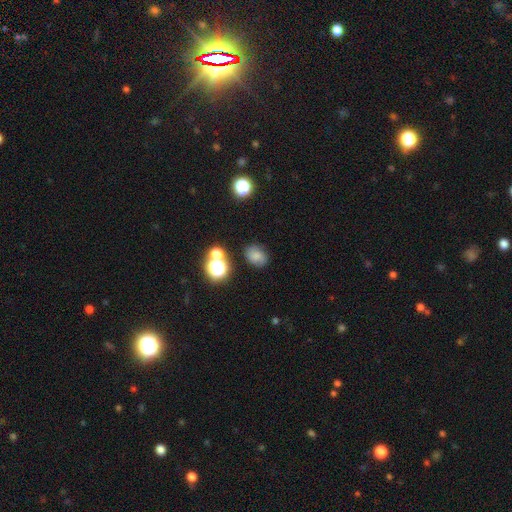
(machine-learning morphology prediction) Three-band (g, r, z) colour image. It shows a smooth galaxy with no disk features (69%) that is in between round and cigar-shaped (59%). Merging: none (75%).